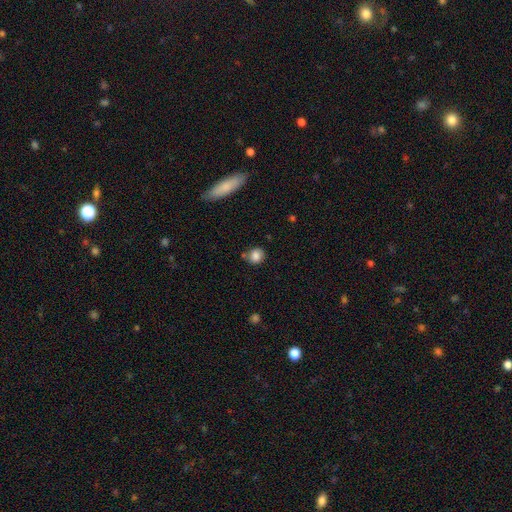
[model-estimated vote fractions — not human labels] smooth-or-featured: smooth: 82% | star or artifact: 10% | featured or disk: 9%
  how-rounded: round: 81% | in between: 18% | cigar-shaped: 1%
  merging: none: 72% | minor disturbance: 16% | merger: 9% | major disturbance: 4%